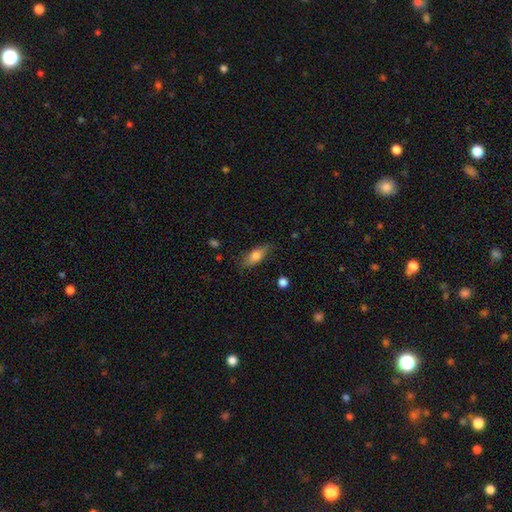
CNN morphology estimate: type=smooth (75%); roundness=in between (77%); merging=none (72%).